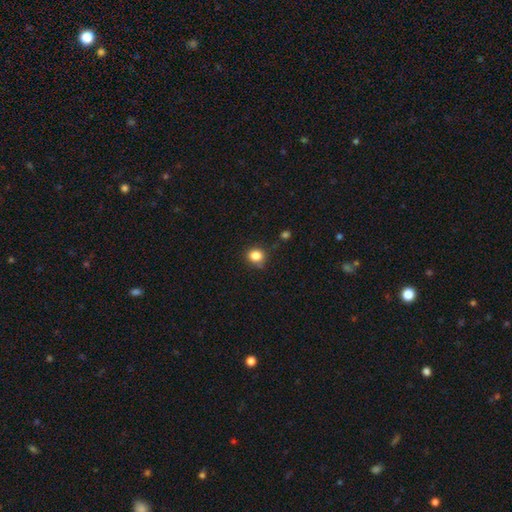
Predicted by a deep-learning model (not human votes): Q: Smooth or featured?
A: smooth (84%); runner-up: star or artifact (11%)
Q: How rounded?
A: round (75%); runner-up: in between (24%)
Q: Merging?
A: none (73%); runner-up: minor disturbance (19%)